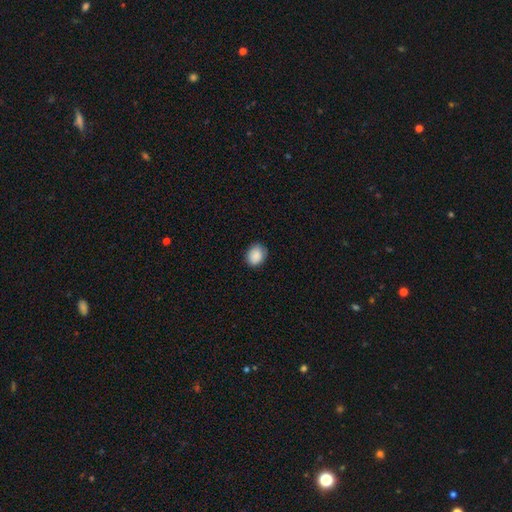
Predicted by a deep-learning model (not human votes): A smooth galaxy with no disk features (88%) that is round (52%).

Vote fractions:
- Smooth or featured? smooth: 88% / star or artifact: 7% / featured or disk: 4%
- How rounded? round: 52% / in between: 47% / cigar-shaped: 1%
- Merging? none: 80% / minor disturbance: 16% / major disturbance: 3% / merger: 1%